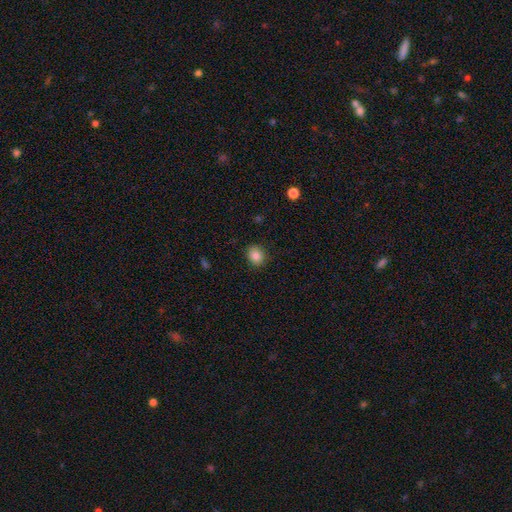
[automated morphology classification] smooth-or-featured: smooth: 85% | star or artifact: 10% | featured or disk: 5%
  how-rounded: round: 70% | in between: 29% | cigar-shaped: 1%
  merging: none: 88% | minor disturbance: 8% | major disturbance: 2% | merger: 1%